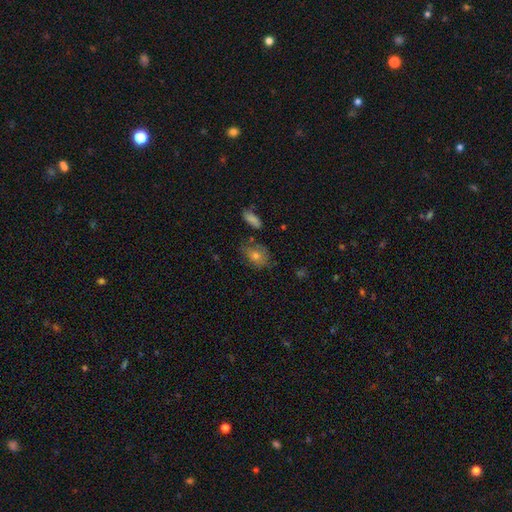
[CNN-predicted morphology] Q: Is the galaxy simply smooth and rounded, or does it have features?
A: smooth — 63%.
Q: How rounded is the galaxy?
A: in between — 65%.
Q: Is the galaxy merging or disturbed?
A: none — 64%.